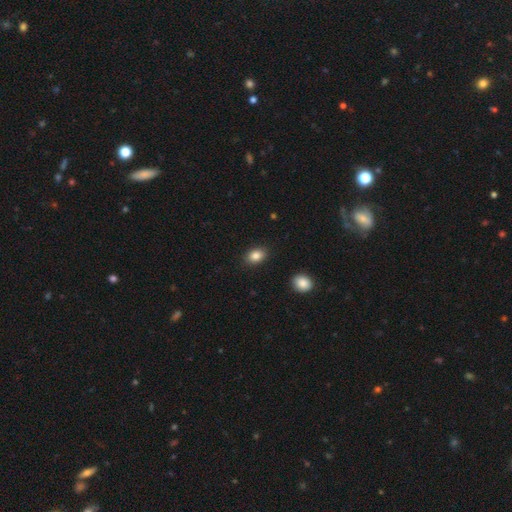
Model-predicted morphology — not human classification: Overall: smooth (86%). How rounded: in between (78%). Merging: none (88%).